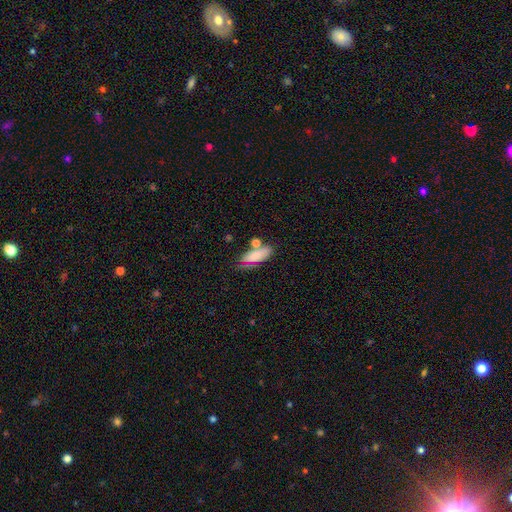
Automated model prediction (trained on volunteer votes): smooth_or_featured: smooth (p=0.77) [alt: featured or disk p=0.14]
how_rounded: in between (p=0.73) [alt: cigar-shaped p=0.23]
merging: none (p=0.54) [alt: minor disturbance p=0.20]